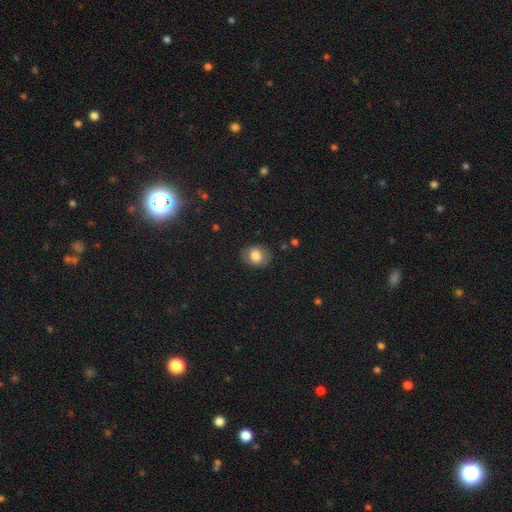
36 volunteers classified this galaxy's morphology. Smooth or featured? 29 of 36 (81%) said smooth. How rounded? 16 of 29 (55%) said round. Merging? 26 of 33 (79%) said none.